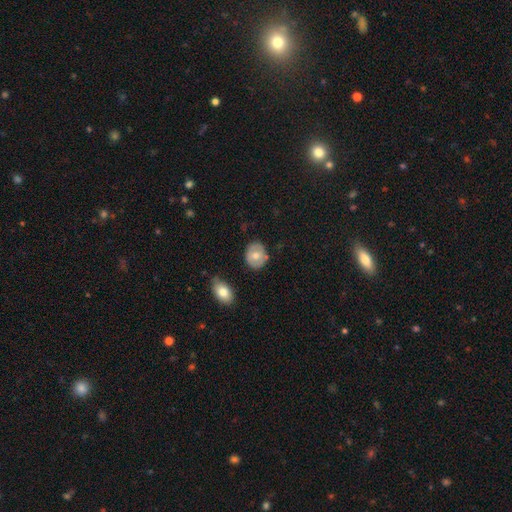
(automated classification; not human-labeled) Smooth or featured: smooth — 61% (featured or disk — 33%)
How rounded: round — 59% (in between — 39%)
Merging: none — 78% (minor disturbance — 16%)